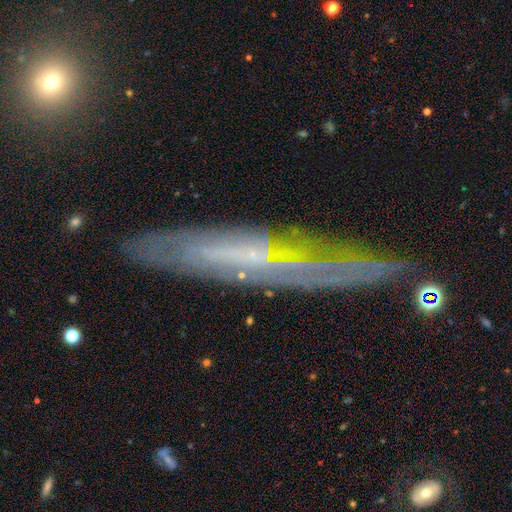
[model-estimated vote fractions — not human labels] This appears to be a featured or disk galaxy (70%) viewed edge-on (66%). Merging: none (71%).